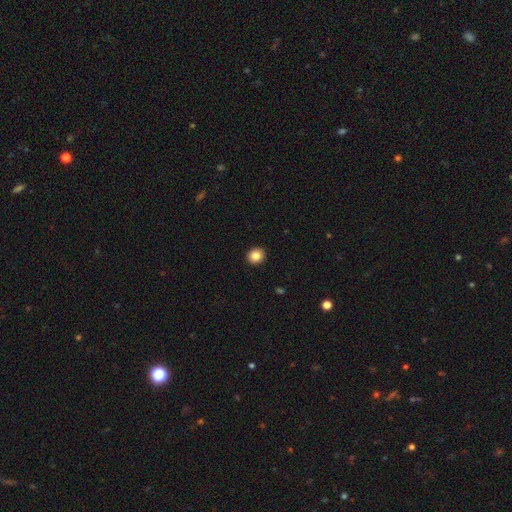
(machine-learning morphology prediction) Smooth or featured? smooth (84%)
How rounded? round (82%)
Merging? none (93%)